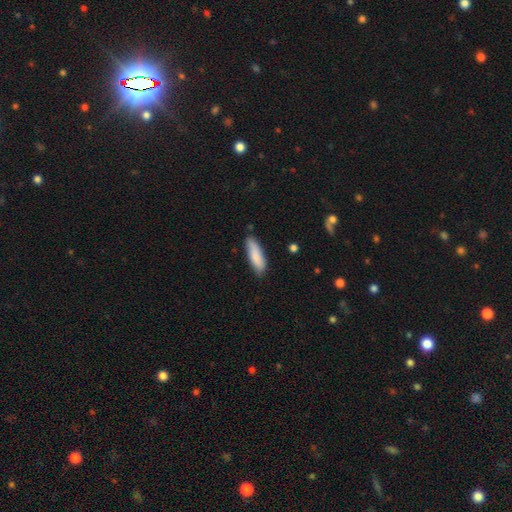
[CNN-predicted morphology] A smooth galaxy with no disk features (87%) that is cigar-shaped (51%).

Vote fractions:
- Smooth or featured? smooth: 87% / featured or disk: 8% / star or artifact: 6%
- How rounded? cigar-shaped: 51% / in between: 48% / round: 1%
- Merging? none: 80% / minor disturbance: 15% / major disturbance: 2% / merger: 2%